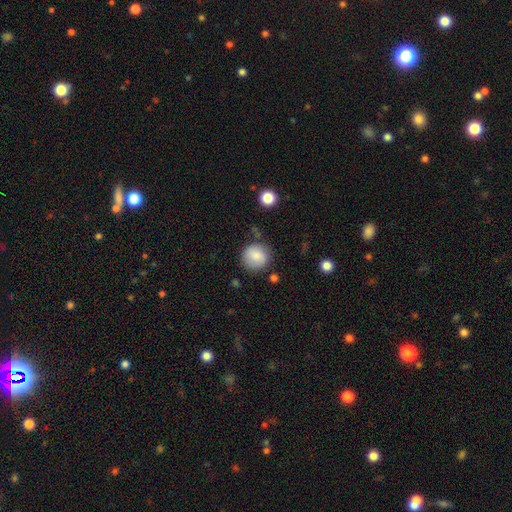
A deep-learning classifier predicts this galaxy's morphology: The model was most divided on "merging": none: 80%, minor disturbance: 13%, major disturbance: 4%, merger: 3%. More confident: how rounded — round (91%); smooth or featured — smooth (84%).